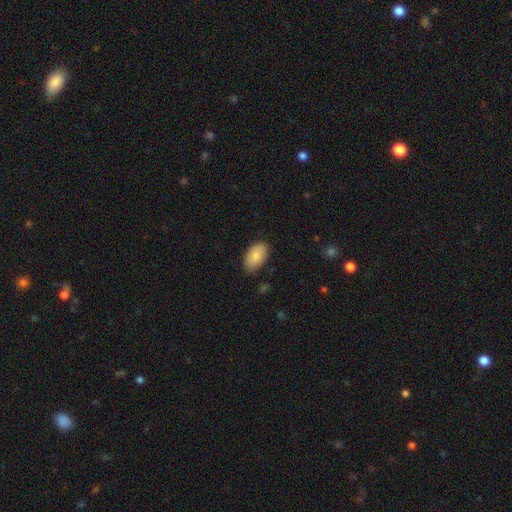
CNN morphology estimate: Q: Smooth or featured?
A: smooth (85%); runner-up: featured or disk (9%)
Q: How rounded?
A: in between (94%); runner-up: round (5%)
Q: Merging?
A: none (82%); runner-up: minor disturbance (14%)